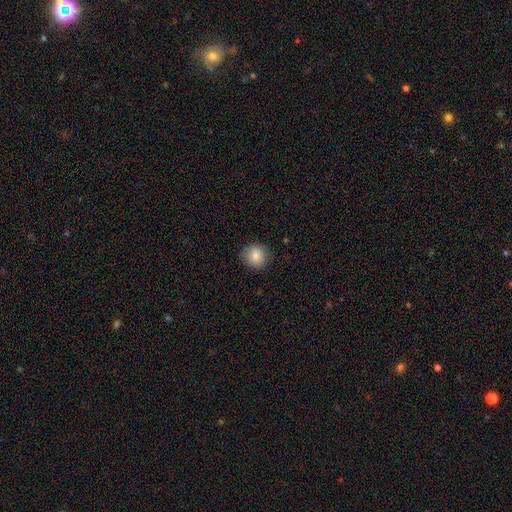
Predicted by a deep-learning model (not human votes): smooth 84%, star or artifact 9%, featured or disk 7%. Down the decision tree: how rounded — round (87%); merging — none (88%).